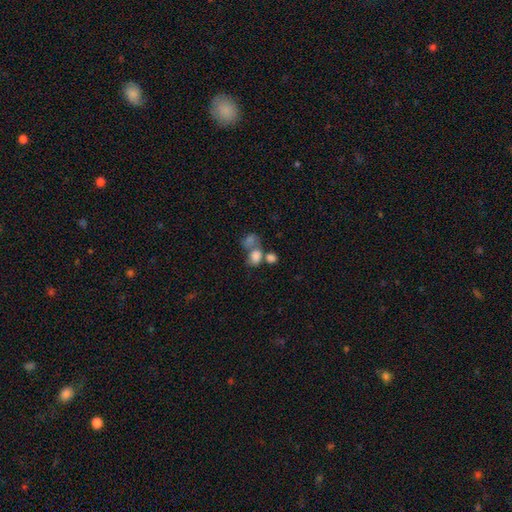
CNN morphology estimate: Smooth or featured? smooth (77%)
How rounded? in between (56%)
Merging? merger (54%)